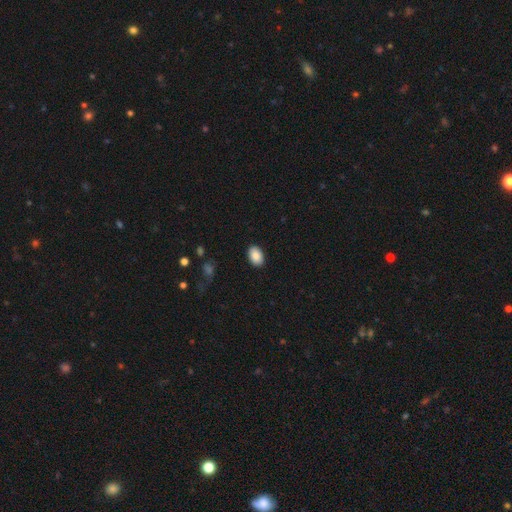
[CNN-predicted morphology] A smooth galaxy with no disk features (88%) that is in between round and cigar-shaped (87%). Merging: none (89%).